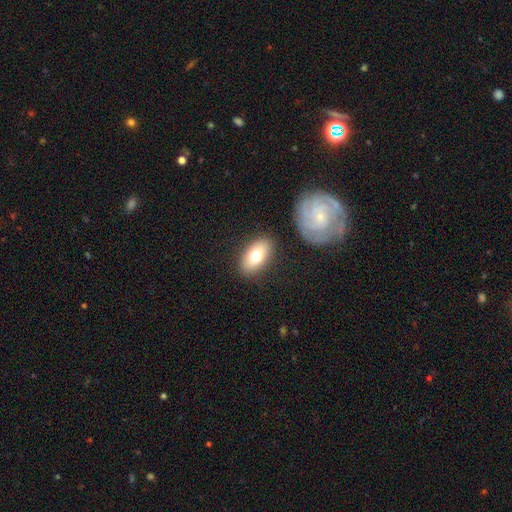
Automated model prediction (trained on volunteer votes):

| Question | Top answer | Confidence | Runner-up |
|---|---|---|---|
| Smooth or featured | smooth | 73% | featured or disk (19%) |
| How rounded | in between | 90% | round (8%) |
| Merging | none | 84% | minor disturbance (10%) |